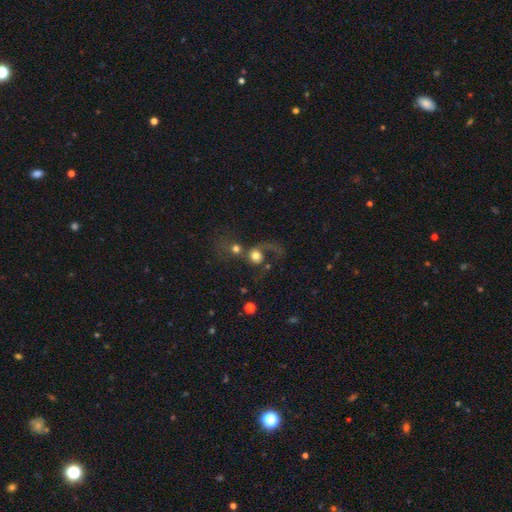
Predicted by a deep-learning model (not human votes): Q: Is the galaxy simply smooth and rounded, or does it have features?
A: smooth — 52%.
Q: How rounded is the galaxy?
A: round — 81%.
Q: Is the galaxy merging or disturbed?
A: merger — 46%.